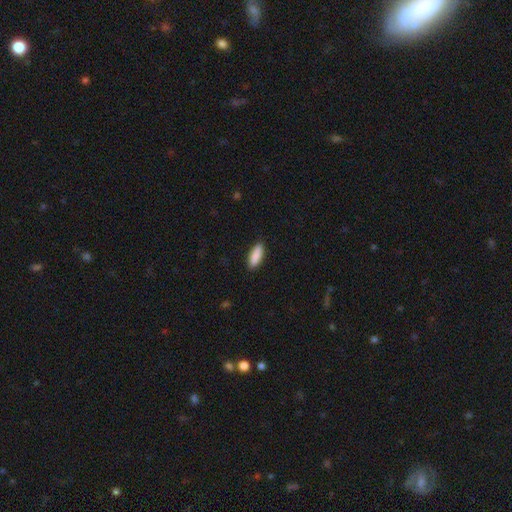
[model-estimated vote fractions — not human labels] Overall: smooth (90%). How rounded: in between (62%; cigar-shaped 36%). Merging: none (89%).